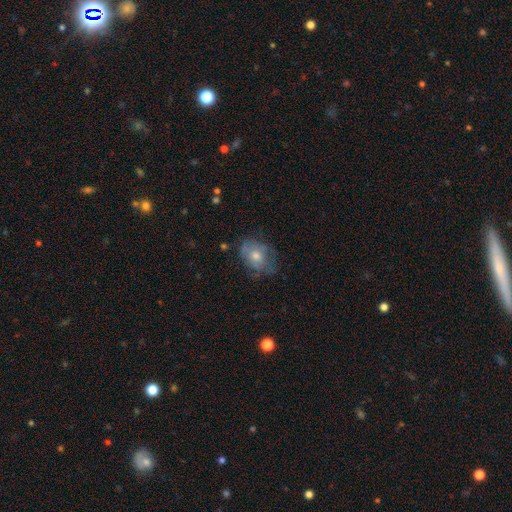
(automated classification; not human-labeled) Smooth or featured: smooth — 48% (featured or disk — 40%)
Merging: none — 60% (minor disturbance — 25%)